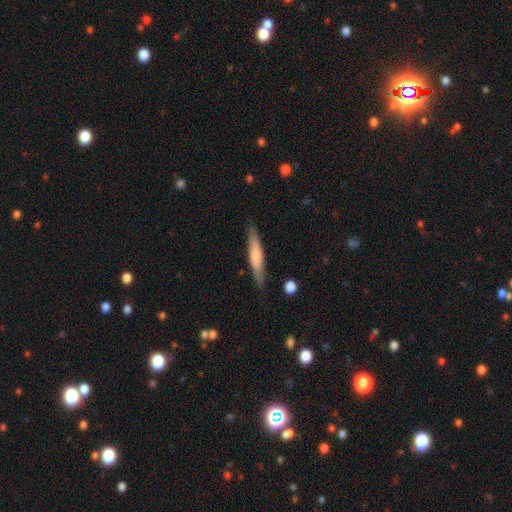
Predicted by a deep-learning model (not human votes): Smooth or featured: smooth — 62% (featured or disk — 33%)
How rounded: cigar-shaped — 90% (in between — 9%)
Merging: none — 85% (minor disturbance — 11%)